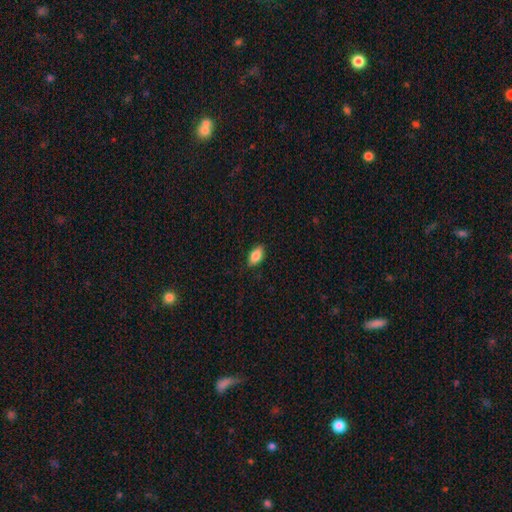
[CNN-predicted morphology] smooth-or-featured: smooth: 85% | featured or disk: 8% | star or artifact: 7%
  how-rounded: in between: 90% | round: 5% | cigar-shaped: 5%
  merging: none: 86% | minor disturbance: 11% | major disturbance: 2% | merger: 1%